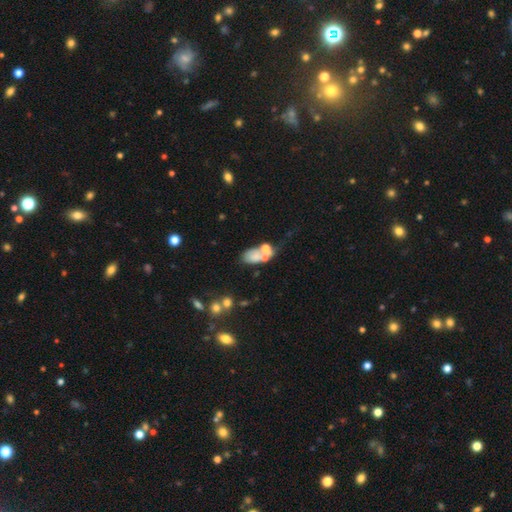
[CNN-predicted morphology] Smooth or featured? Predicted: smooth (p=0.57). How rounded? Predicted: in between (p=0.86). Merging? Predicted: merger (p=0.41).